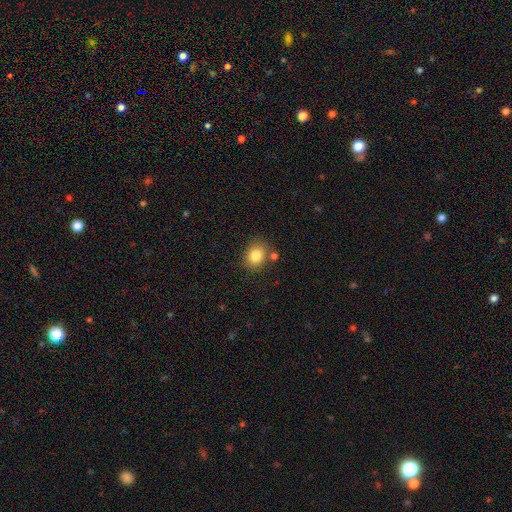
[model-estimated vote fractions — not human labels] A smooth galaxy with no disk features (82%) that is round (59%). Merging: none (76%).